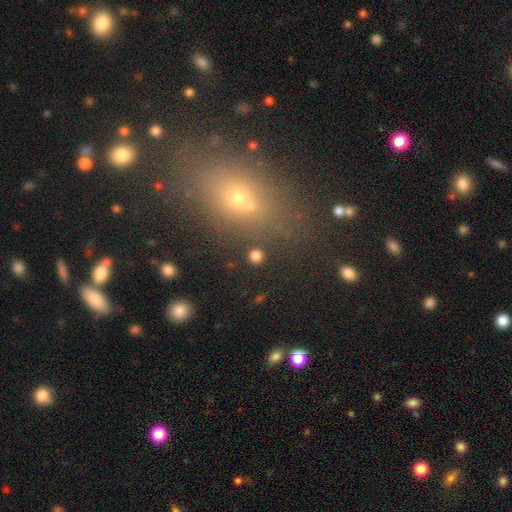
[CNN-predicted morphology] Smooth or featured? Predicted: smooth (p=0.81). How rounded? Predicted: round (p=0.91). Merging? Predicted: none (p=0.89).